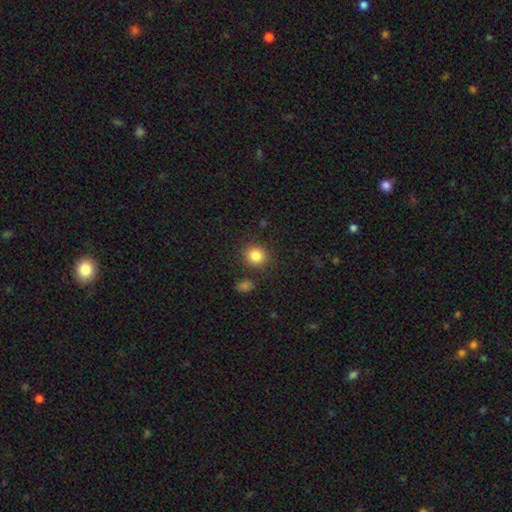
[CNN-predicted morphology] A smooth galaxy with no disk features (85%) that is round (86%).

Vote fractions:
- Smooth or featured? smooth: 85% / star or artifact: 10% / featured or disk: 5%
- How rounded? round: 86% / in between: 13% / cigar-shaped: 1%
- Merging? none: 85% / minor disturbance: 8% / merger: 4% / major disturbance: 3%